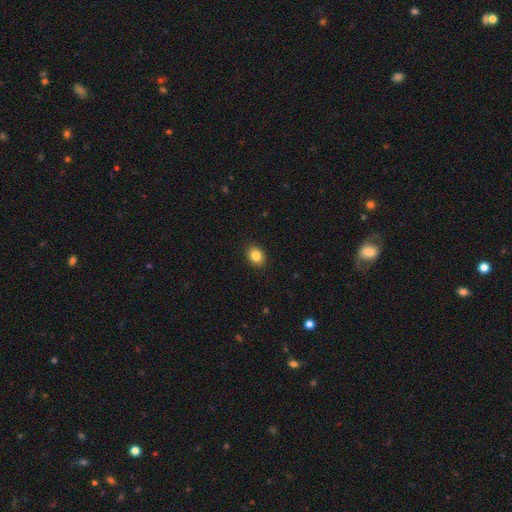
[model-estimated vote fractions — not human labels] smooth-or-featured: smooth: 85% | star or artifact: 9% | featured or disk: 6%
  how-rounded: in between: 62% | round: 37% | cigar-shaped: 1%
  merging: none: 90% | minor disturbance: 7% | major disturbance: 2% | merger: 1%